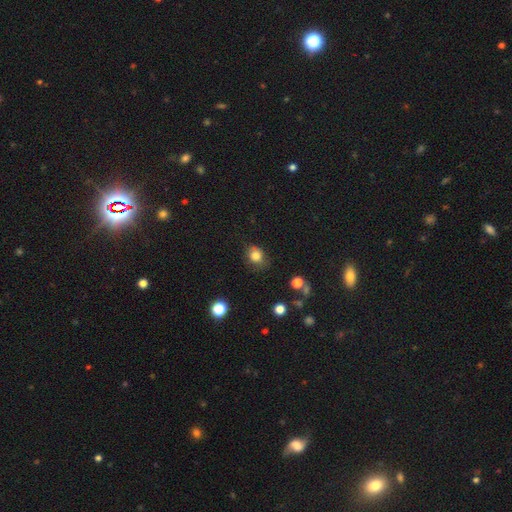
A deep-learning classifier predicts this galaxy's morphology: A smooth galaxy with no disk features (80%) that is round (58%).

Vote fractions:
- Smooth or featured? smooth: 80% / star or artifact: 11% / featured or disk: 9%
- How rounded? round: 58% / in between: 41% / cigar-shaped: 1%
- Merging? none: 68% / minor disturbance: 24% / major disturbance: 6% / merger: 2%